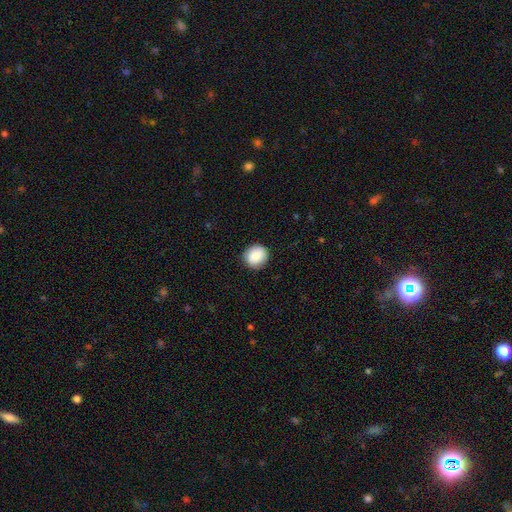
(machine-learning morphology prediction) Smooth or featured: smooth — 87% (star or artifact — 7%)
How rounded: round — 85% (in between — 14%)
Merging: none — 88% (minor disturbance — 9%)